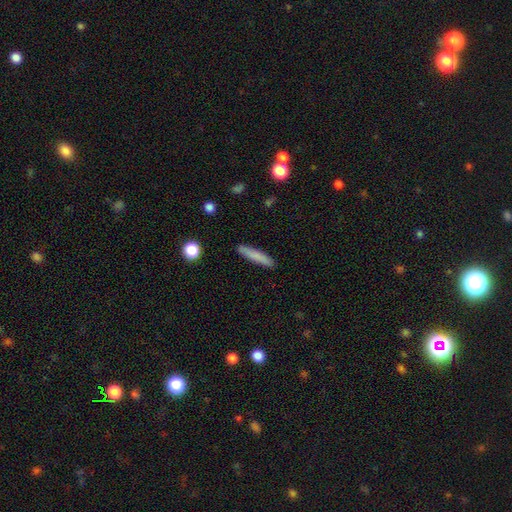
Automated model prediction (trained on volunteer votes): Morphology: type=smooth (78%); roundness=cigar-shaped (92%); merging=none (89%).